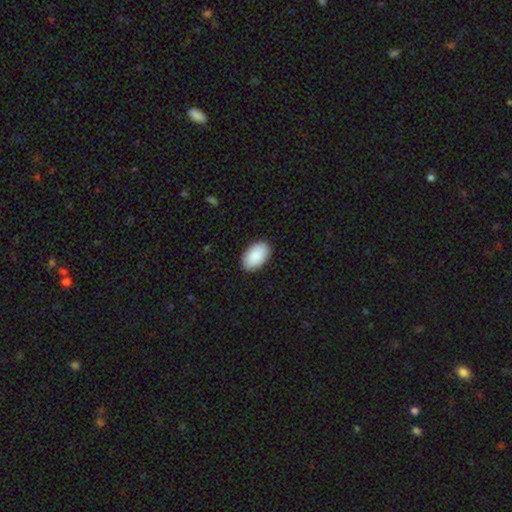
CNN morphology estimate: Smooth or featured? Predicted: smooth (p=0.91). How rounded? Predicted: in between (p=0.95). Merging? Predicted: none (p=0.90).